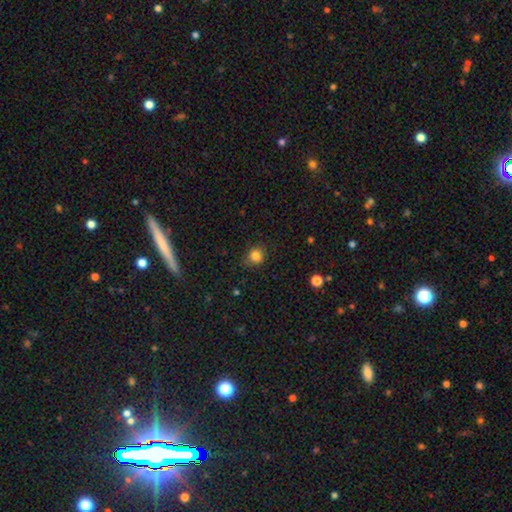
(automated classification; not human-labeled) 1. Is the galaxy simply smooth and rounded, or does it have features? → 83% smooth, 12% star or artifact, 5% featured or disk.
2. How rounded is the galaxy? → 77% round, 22% in between, 1% cigar-shaped.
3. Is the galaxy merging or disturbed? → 75% none, 19% minor disturbance, 5% major disturbance, 1% merger.